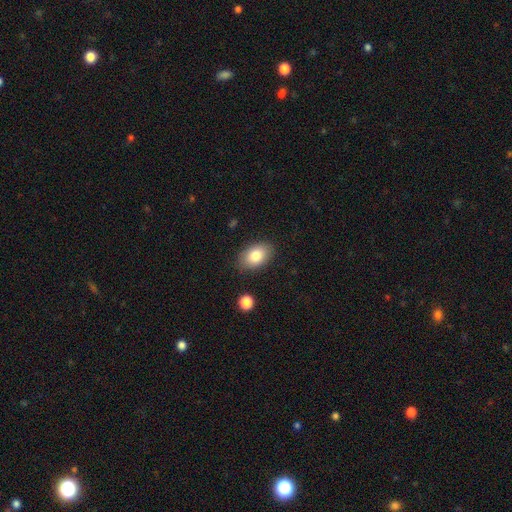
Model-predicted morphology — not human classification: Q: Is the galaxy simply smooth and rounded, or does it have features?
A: smooth — 82%.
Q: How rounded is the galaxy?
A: in between — 89%.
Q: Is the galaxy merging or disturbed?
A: none — 85%.